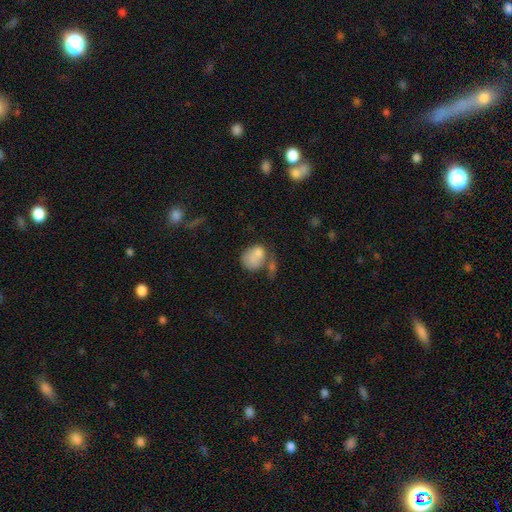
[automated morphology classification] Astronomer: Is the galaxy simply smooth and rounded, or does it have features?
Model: smooth — 75%.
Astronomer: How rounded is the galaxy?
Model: in between — 52% (runner-up: round, 47%).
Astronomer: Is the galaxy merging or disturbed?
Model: merger — 41% (runner-up: none, 28%).